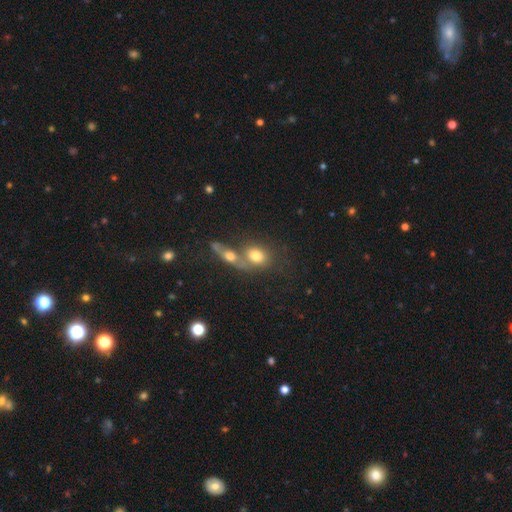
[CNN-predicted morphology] This is likely a smooth galaxy (70%). How rounded: possibly in between (51%). Merging: possibly merger (51%).